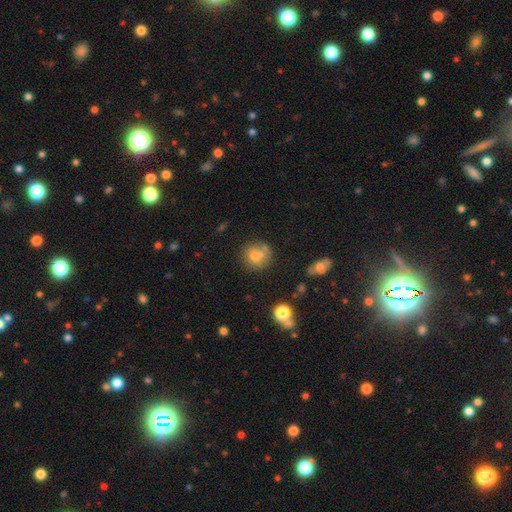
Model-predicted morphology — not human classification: Smooth or featured? smooth (69%)
How rounded? round (82%)
Merging? none (52%)